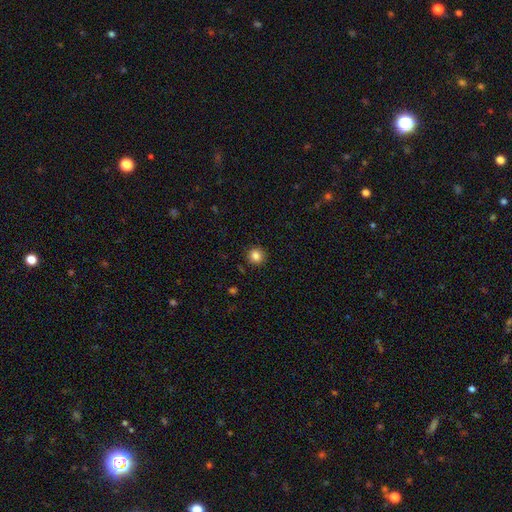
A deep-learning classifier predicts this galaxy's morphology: Smooth or featured? smooth (84%)
How rounded? round (93%)
Merging? none (91%)